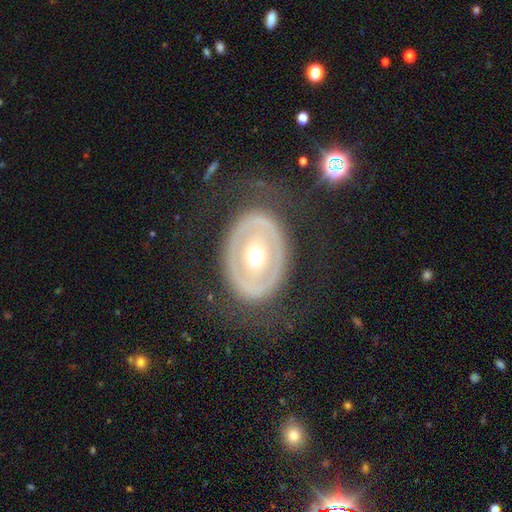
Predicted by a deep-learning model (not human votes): A featured or disk galaxy (70%) with no bar (74%), no spiral arms (76%) and a moderate central bulge (74%). Merging: none (69%).